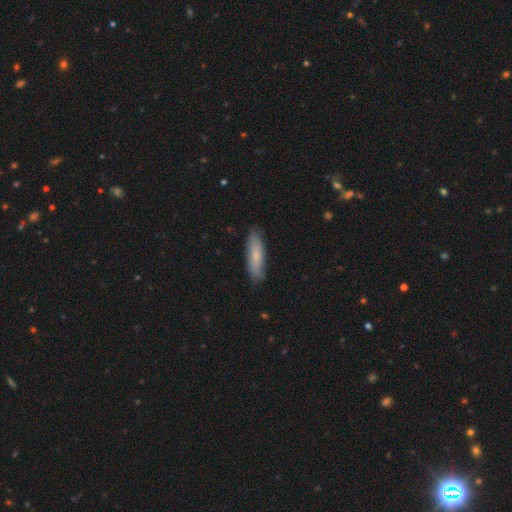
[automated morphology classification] Smooth or featured: smooth — 71% (featured or disk — 23%)
How rounded: cigar-shaped — 60% (in between — 39%)
Merging: none — 83% (minor disturbance — 14%)